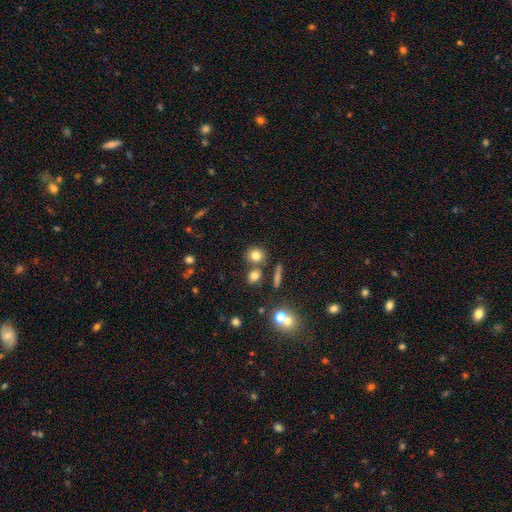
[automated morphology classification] This is likely a smooth galaxy (79%). How rounded: clearly round (83%). Merging: likely none (72%).